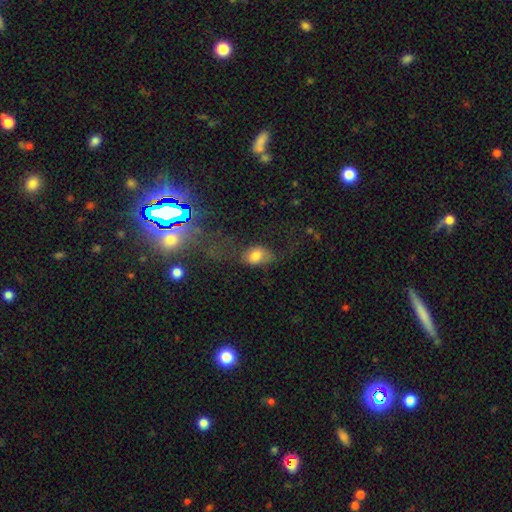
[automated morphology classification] smooth 72%, featured or disk 16%, star or artifact 11%. Down the decision tree: how rounded — in between (83%); merging — none (44%).